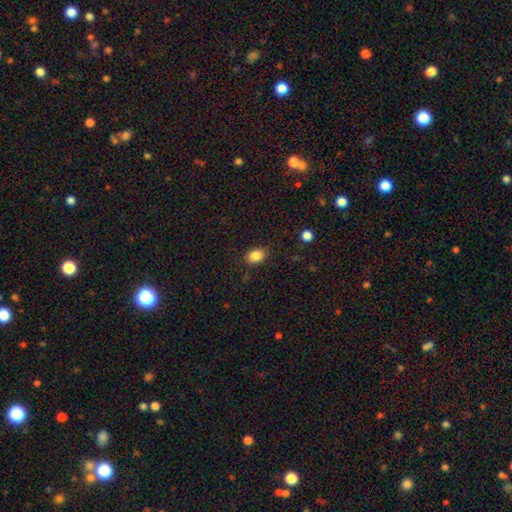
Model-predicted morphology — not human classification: Smooth or featured? Predicted: smooth (p=0.86). How rounded? Predicted: in between (p=0.61). Merging? Predicted: none (p=0.84).